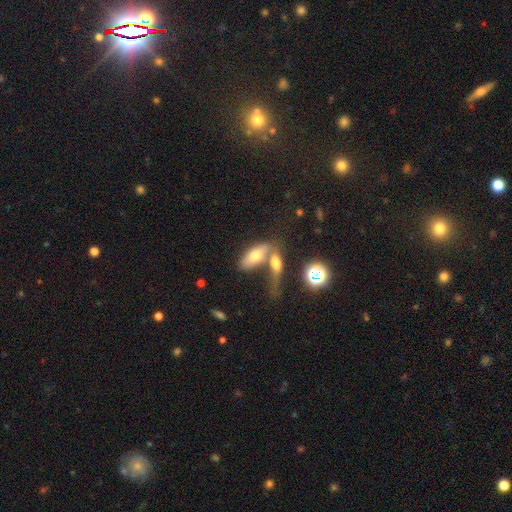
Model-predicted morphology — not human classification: This appears to be a smooth galaxy with no disk features (66%) that is in between round and cigar-shaped (78%). Merging: merger (49%).